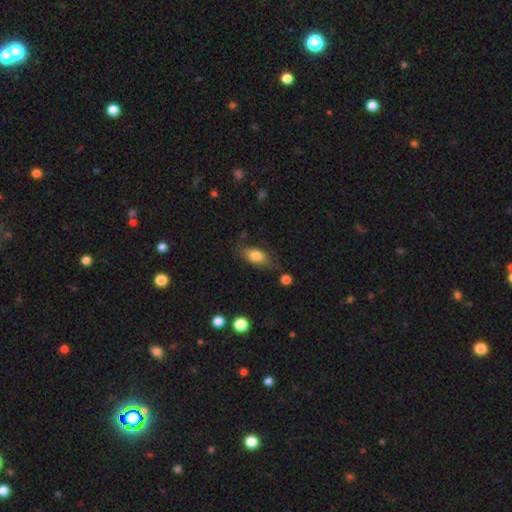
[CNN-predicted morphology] Smooth or featured? smooth (77%)
How rounded? in between (84%)
Merging? none (69%)